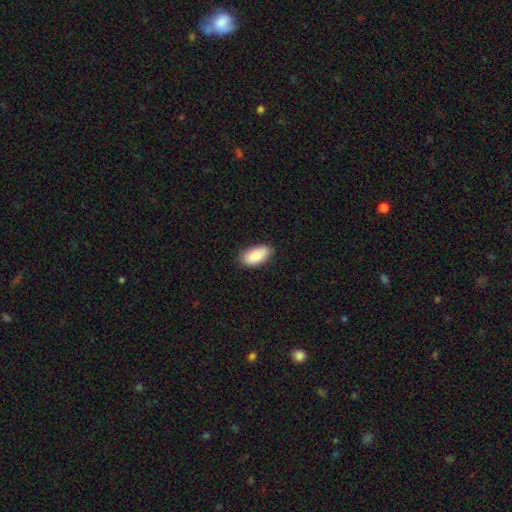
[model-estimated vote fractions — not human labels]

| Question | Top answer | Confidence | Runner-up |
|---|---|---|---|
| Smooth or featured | smooth | 89% | star or artifact (6%) |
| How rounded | in between | 92% | cigar-shaped (6%) |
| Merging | none | 84% | minor disturbance (13%) |